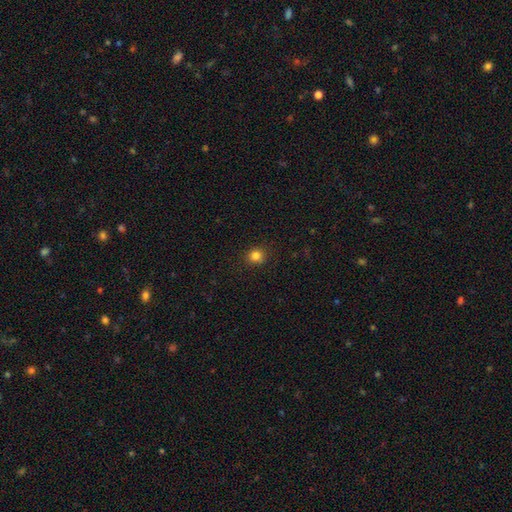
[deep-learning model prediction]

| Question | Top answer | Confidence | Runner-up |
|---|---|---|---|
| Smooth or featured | smooth | 82% | star or artifact (13%) |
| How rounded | round | 84% | in between (15%) |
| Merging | none | 84% | minor disturbance (10%) |